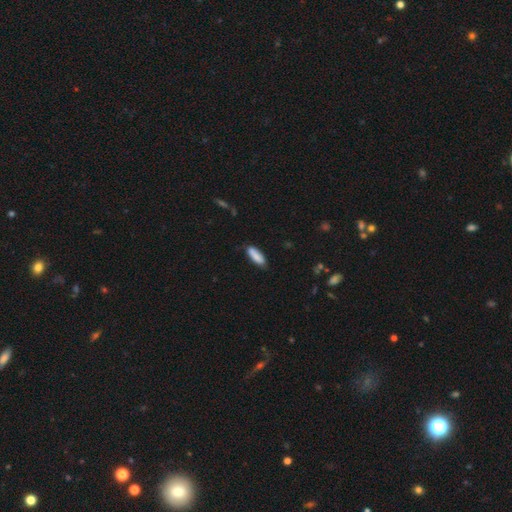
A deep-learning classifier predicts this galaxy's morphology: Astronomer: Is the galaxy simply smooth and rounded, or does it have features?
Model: smooth — 86%.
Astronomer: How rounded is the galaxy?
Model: in between — 58% (runner-up: cigar-shaped, 41%).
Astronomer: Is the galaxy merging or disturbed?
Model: none — 77%.